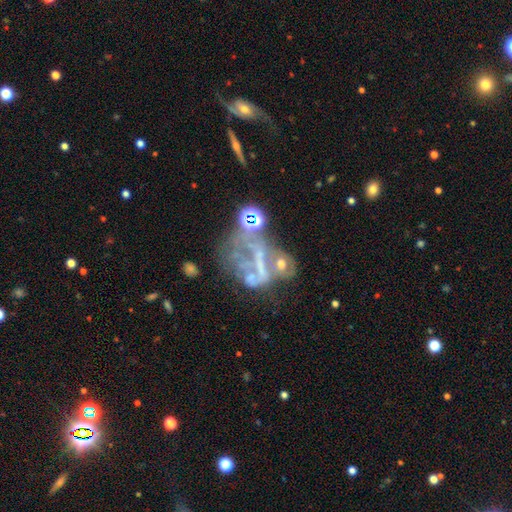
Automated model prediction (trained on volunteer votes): Smooth or featured? featured or disk (51%)
Edge-on disk? no (95%)
Merging? major disturbance (36%)